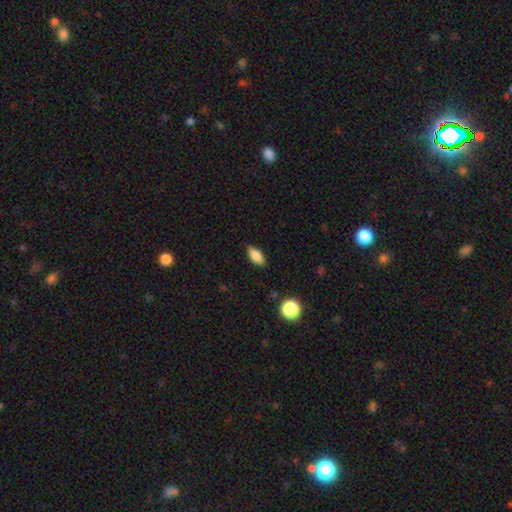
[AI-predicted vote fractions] This appears to be a smooth galaxy with no disk features (85%) that is in between round and cigar-shaped (87%). Merging: none (85%).